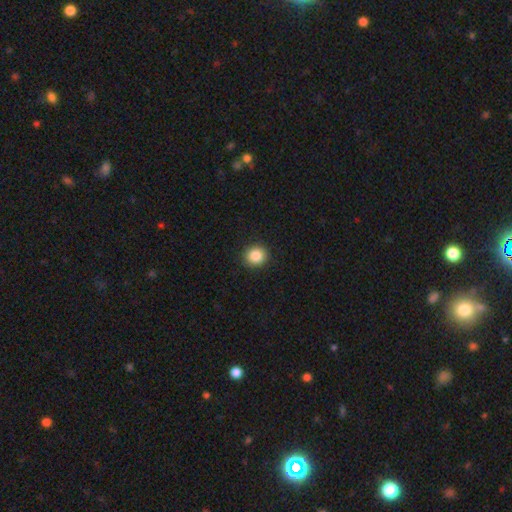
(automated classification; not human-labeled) This appears to be a smooth galaxy with no disk features (86%) that is round (87%). Merging: none (92%).